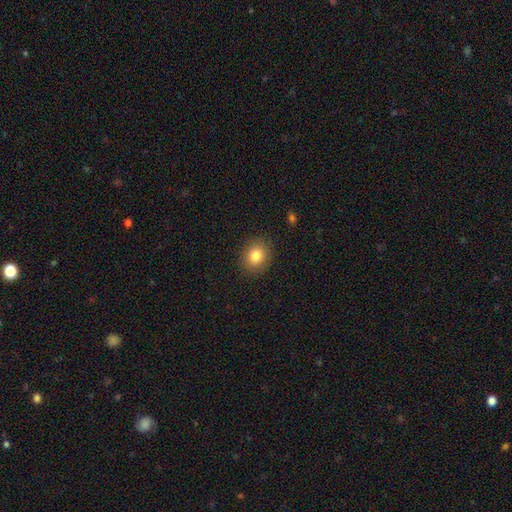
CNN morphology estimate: This appears to be a smooth galaxy with no disk features (83%) that is round (57%). Merging: none (89%).